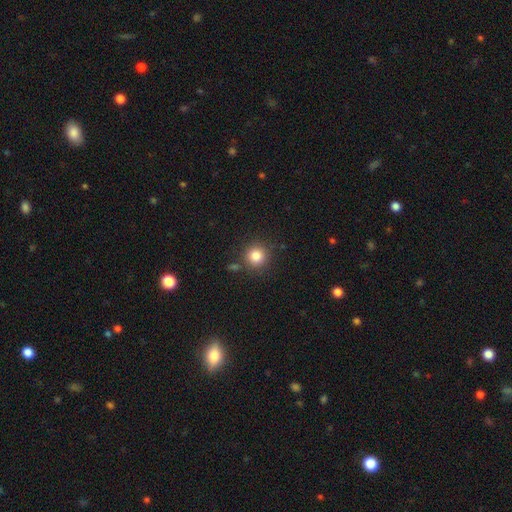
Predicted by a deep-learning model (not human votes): A smooth galaxy with no disk features (82%) that is round (93%).

Vote fractions:
- Smooth or featured? smooth: 82% / star or artifact: 11% / featured or disk: 6%
- How rounded? round: 93% / in between: 6% / cigar-shaped: 1%
- Merging? none: 83% / minor disturbance: 9% / merger: 5% / major disturbance: 3%